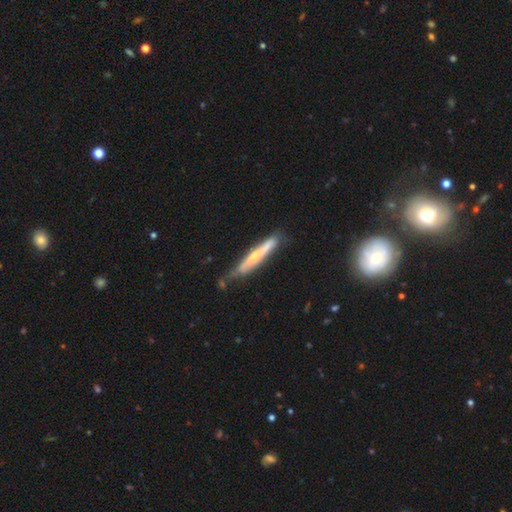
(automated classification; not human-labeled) A featured or disk galaxy (57%) viewed edge-on (81%). Merging: none (59%).